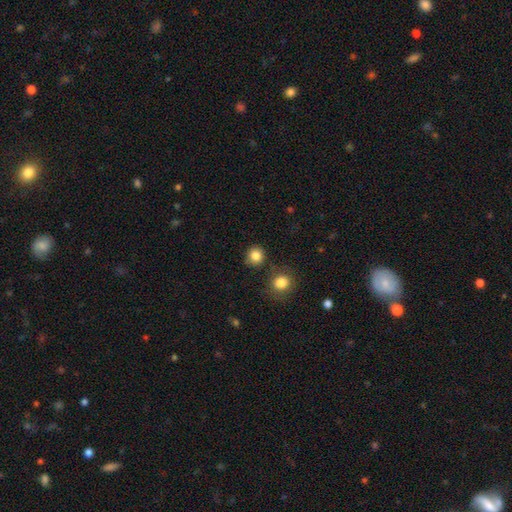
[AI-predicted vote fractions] Overall: smooth (84%). How rounded: round (90%). Merging: none (82%).